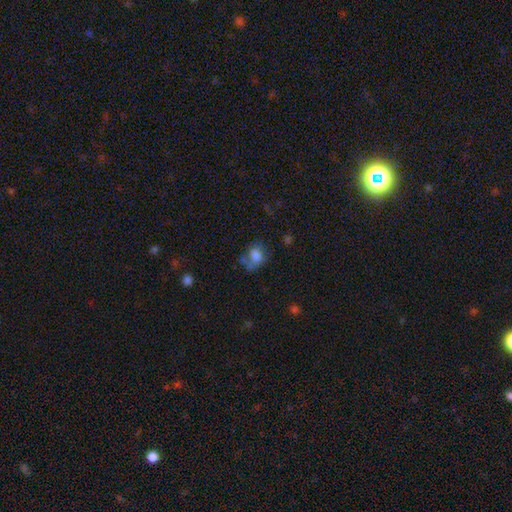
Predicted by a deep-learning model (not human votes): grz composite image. It shows a smooth galaxy with no disk features (70%) that is in between round and cigar-shaped (60%). Merging: none (35%).